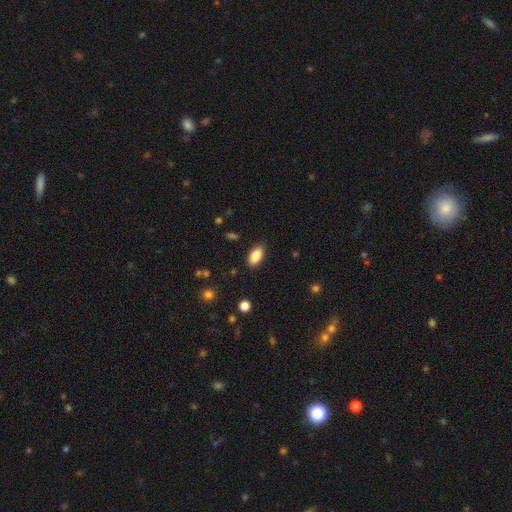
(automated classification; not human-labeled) Smooth or featured? Predicted: smooth (p=0.87). How rounded? Predicted: in between (p=0.93). Merging? Predicted: none (p=0.87).